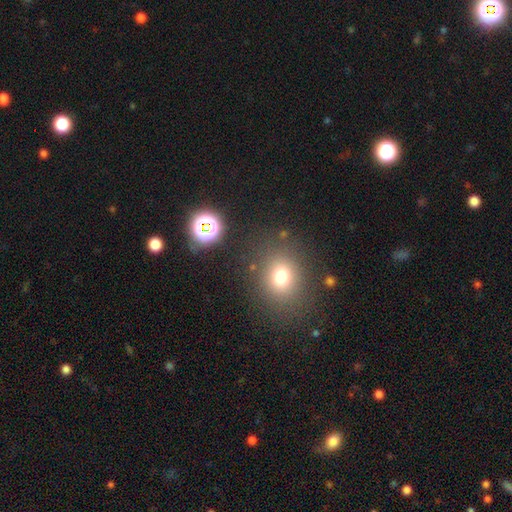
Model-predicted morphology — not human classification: Smooth or featured?
  - smooth: 61% *
  - star or artifact: 30%
  - featured or disk: 9%
How rounded?
  - round: 66% *
  - in between: 33%
  - cigar-shaped: 1%
Merging?
  - none: 87% *
  - minor disturbance: 8%
  - major disturbance: 3%
  - merger: 3%